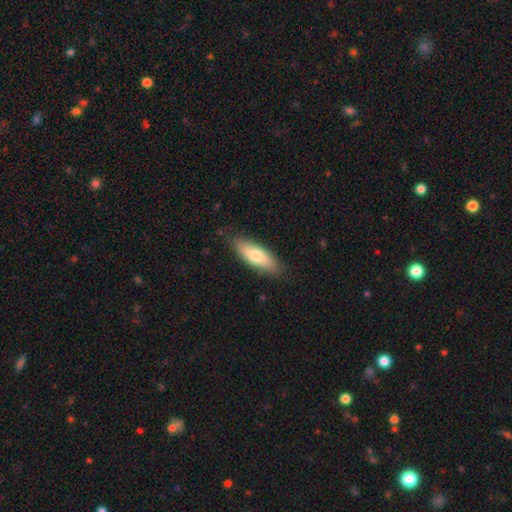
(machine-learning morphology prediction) Q: Smooth or featured?
A: smooth (72%); runner-up: featured or disk (22%)
Q: How rounded?
A: in between (60%); runner-up: cigar-shaped (38%)
Q: Merging?
A: none (85%); runner-up: minor disturbance (12%)